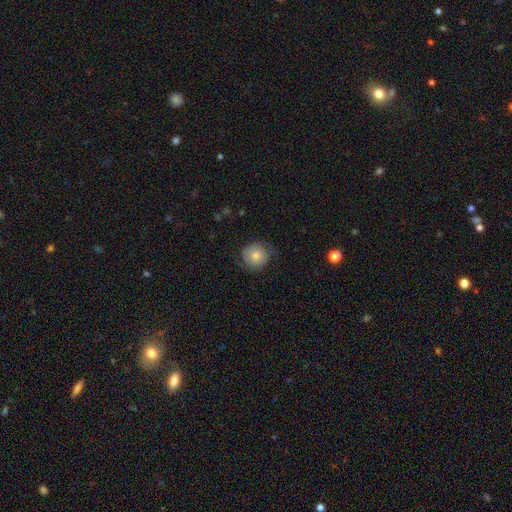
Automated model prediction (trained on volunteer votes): This appears to be a smooth galaxy with no disk features (62%) that is round (88%). Merging: none (73%).